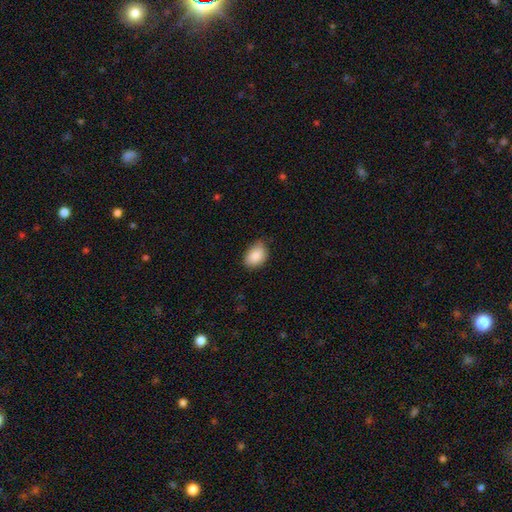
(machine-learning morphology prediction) smooth-or-featured: smooth: 87% | star or artifact: 7% | featured or disk: 5%
  how-rounded: in between: 82% | round: 17% | cigar-shaped: 1%
  merging: none: 70% | minor disturbance: 26% | major disturbance: 3% | merger: 1%